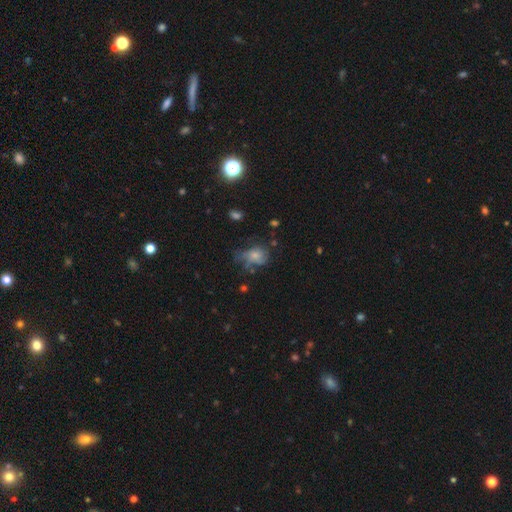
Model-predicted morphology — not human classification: Overall: smooth (54%; featured or disk 32%). How rounded: in between (62%; round 36%). Merging: major disturbance (34%; none 32%).